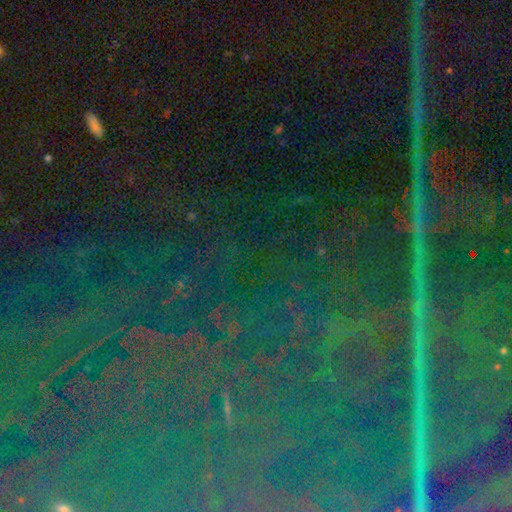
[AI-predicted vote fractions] Overall: star or artifact (85%).